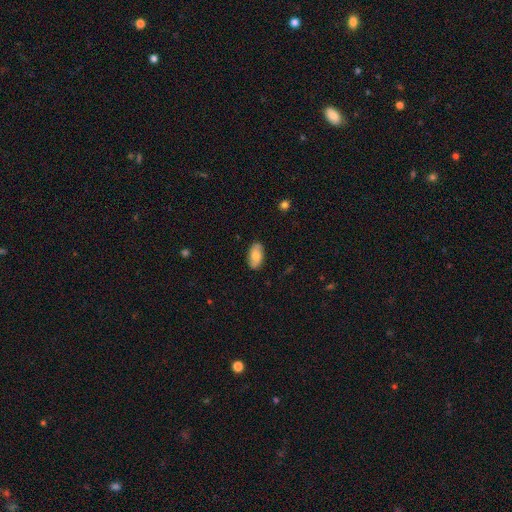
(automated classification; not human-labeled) Smooth or featured? Predicted: smooth (p=0.69). How rounded? Predicted: in between (p=0.93). Merging? Predicted: none (p=0.86).